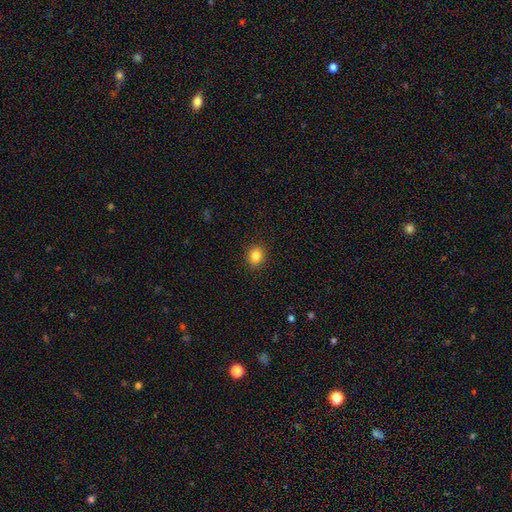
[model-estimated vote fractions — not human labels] Overall: smooth (85%). How rounded: round (71%). Merging: none (90%).